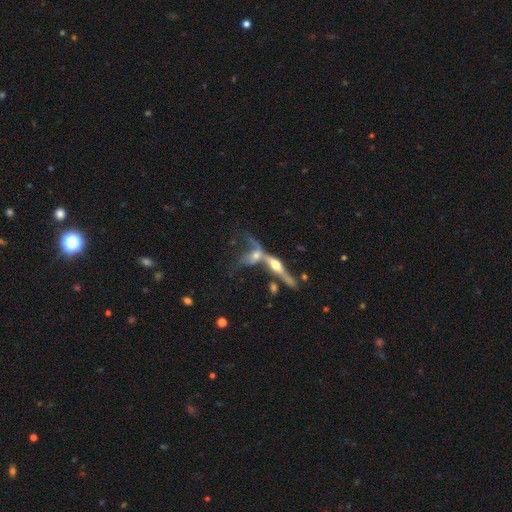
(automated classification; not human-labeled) A featured or disk galaxy (69%) viewed edge-on (66%). Merging: merger (63%).